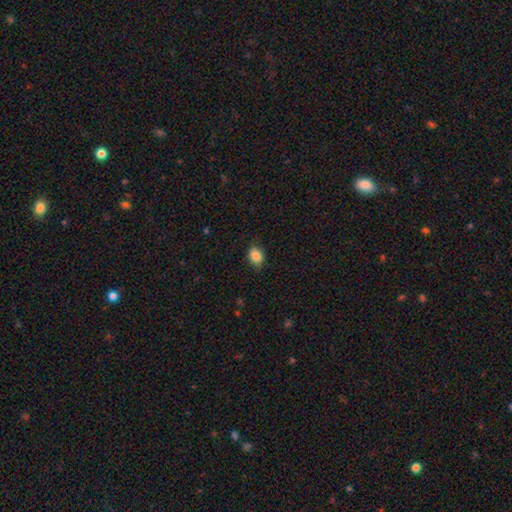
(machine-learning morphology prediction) Smooth or featured: smooth — 86% (star or artifact — 9%)
How rounded: in between — 58% (round — 41%)
Merging: none — 80% (minor disturbance — 16%)